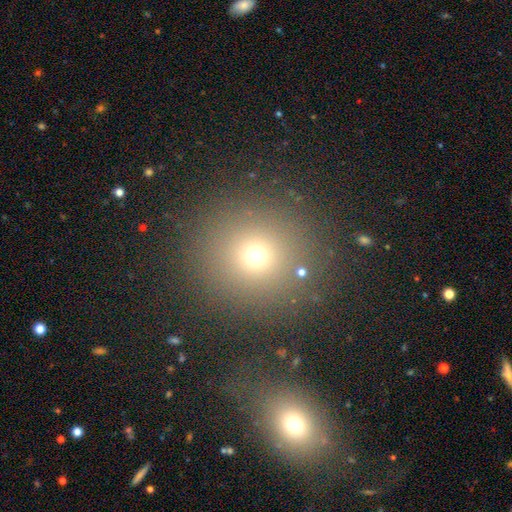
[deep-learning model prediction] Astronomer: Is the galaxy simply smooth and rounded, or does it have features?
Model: smooth — 68%.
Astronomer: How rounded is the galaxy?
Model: round — 91%.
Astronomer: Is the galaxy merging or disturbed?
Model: none — 79%.